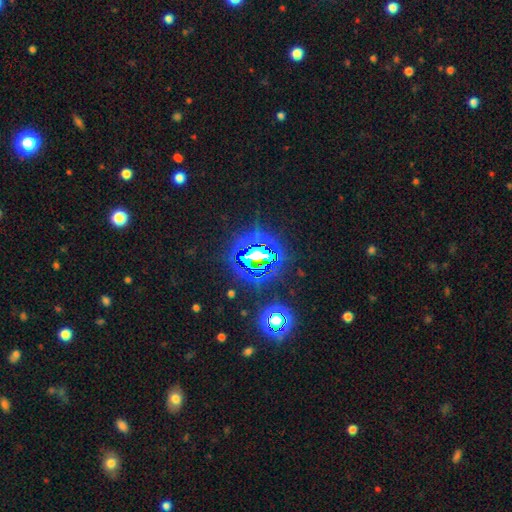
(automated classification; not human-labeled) Smooth or featured?
  - star or artifact: 80% *
  - smooth: 11%
  - featured or disk: 10%